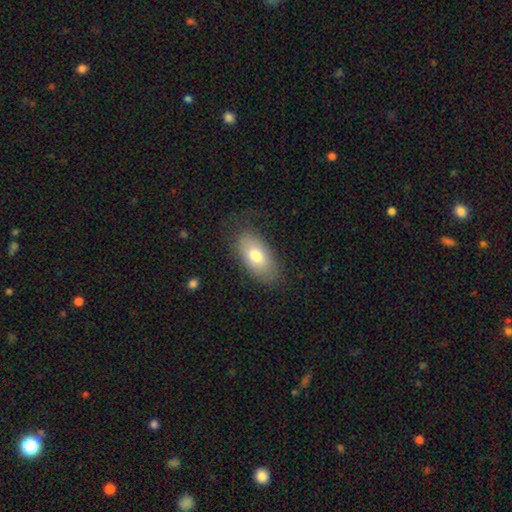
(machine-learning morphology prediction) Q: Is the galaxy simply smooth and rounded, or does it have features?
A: smooth — 74%.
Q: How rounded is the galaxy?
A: in between — 92%.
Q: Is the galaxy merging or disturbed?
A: none — 76%.